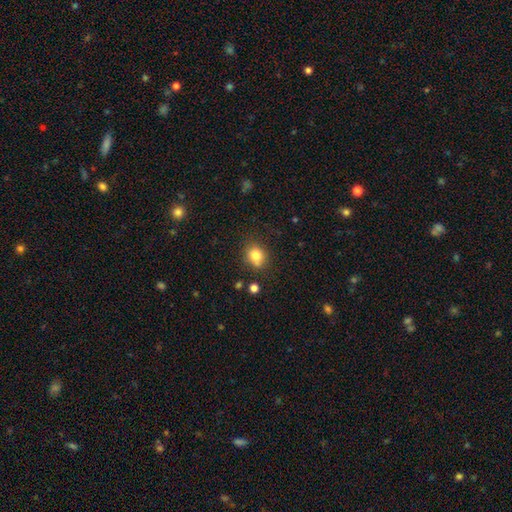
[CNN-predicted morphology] Q: Smooth or featured?
A: smooth (80%); runner-up: star or artifact (11%)
Q: How rounded?
A: round (70%); runner-up: in between (29%)
Q: Merging?
A: none (72%); runner-up: minor disturbance (16%)